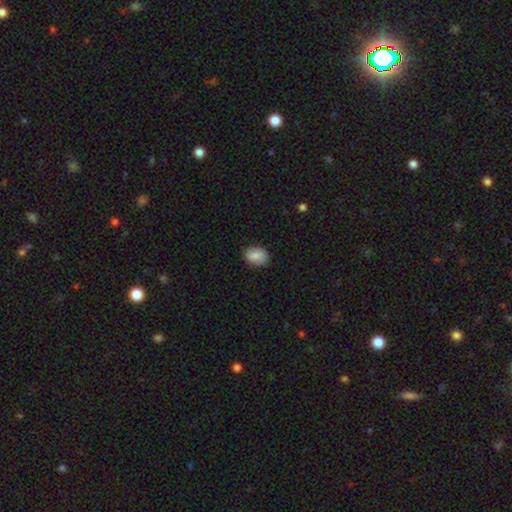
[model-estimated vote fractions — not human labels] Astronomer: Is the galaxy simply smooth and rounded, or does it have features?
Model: smooth — 85%.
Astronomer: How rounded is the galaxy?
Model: in between — 70%.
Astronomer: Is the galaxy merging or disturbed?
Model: none — 82%.